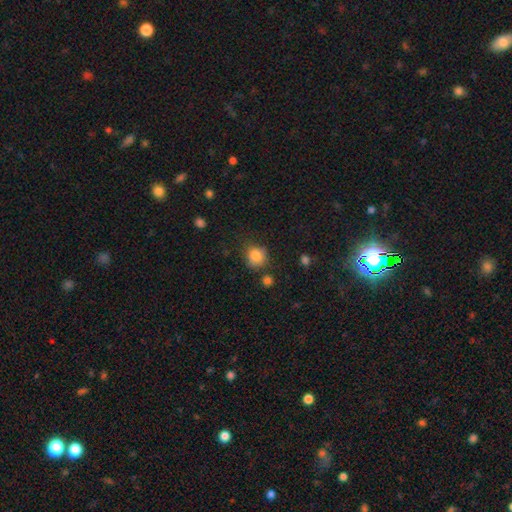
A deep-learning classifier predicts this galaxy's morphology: smooth 84%, star or artifact 11%, featured or disk 5%. Down the decision tree: how rounded — round (85%); merging — none (74%).